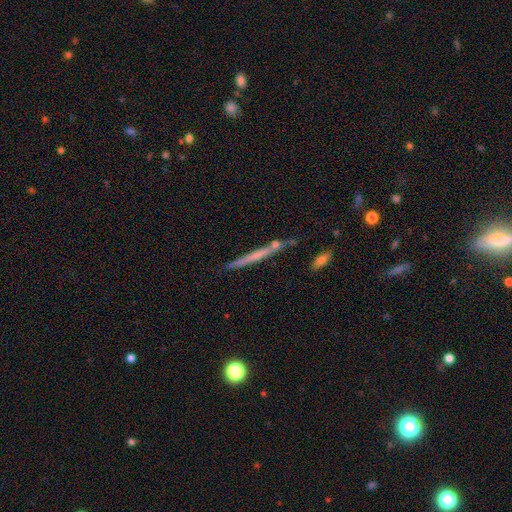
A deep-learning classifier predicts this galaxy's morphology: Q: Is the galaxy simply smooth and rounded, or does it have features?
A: featured or disk — 48%.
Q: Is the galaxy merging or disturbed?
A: none — 78%.